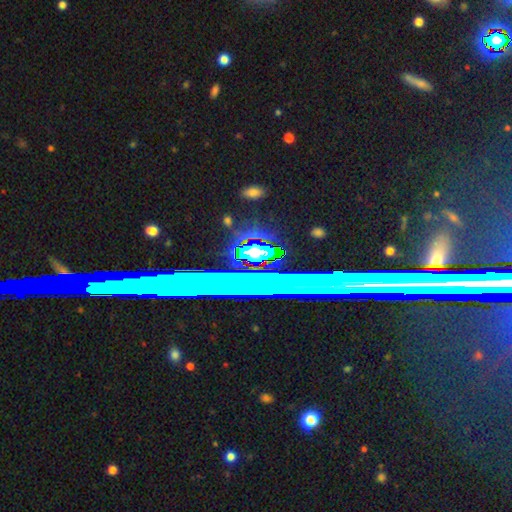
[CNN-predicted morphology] A star or artifact, not a galaxy (67%).